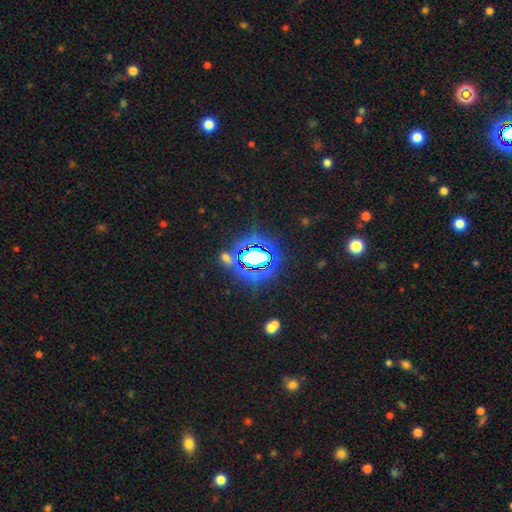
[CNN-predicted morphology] Smooth or featured: star or artifact — 74% (smooth — 16%)